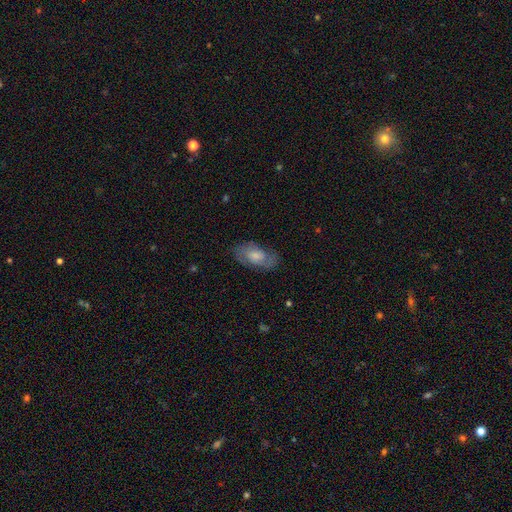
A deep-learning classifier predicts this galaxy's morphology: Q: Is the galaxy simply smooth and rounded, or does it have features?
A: smooth — 48%.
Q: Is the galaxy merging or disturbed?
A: none — 73%.